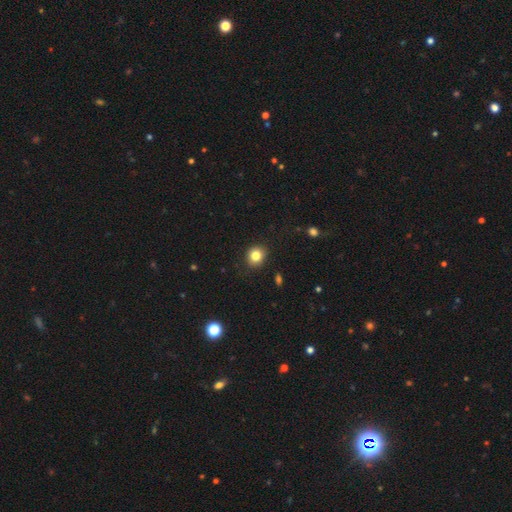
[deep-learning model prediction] This is clearly a smooth galaxy (82%). How rounded: likely round (75%). Merging: clearly none (87%).